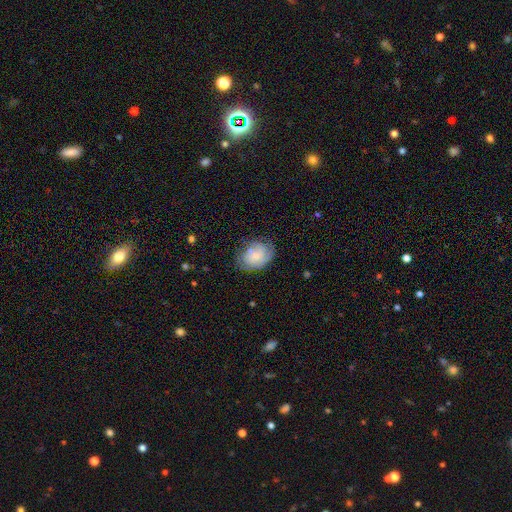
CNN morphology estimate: This appears to be a featured or disk galaxy (46%, tied with smooth). Merging: none (59%).